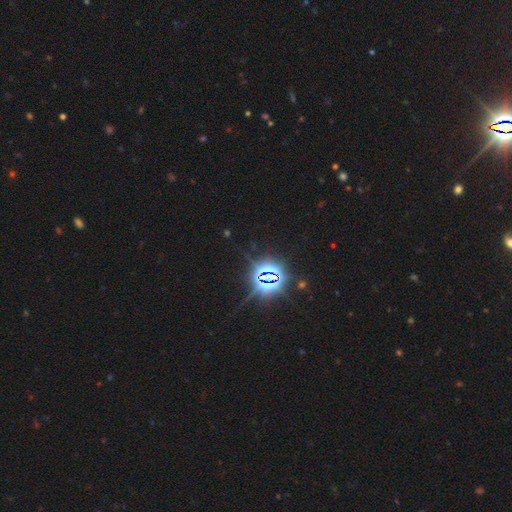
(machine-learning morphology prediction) Q: Smooth or featured?
A: star or artifact (86%); runner-up: smooth (9%)